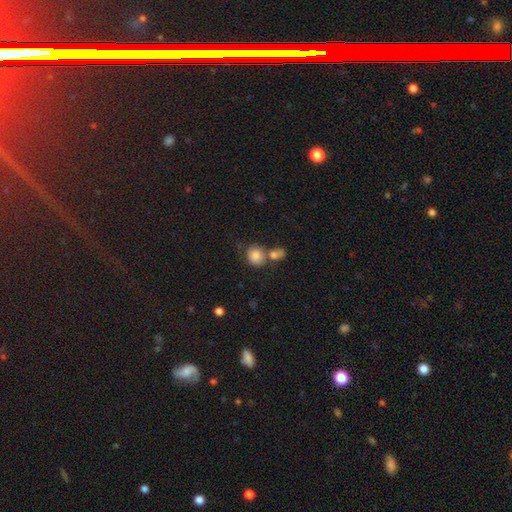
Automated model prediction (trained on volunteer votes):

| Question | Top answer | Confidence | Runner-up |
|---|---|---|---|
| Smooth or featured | smooth | 84% | star or artifact (9%) |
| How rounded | round | 72% | in between (27%) |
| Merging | none | 46% | merger (37%) |